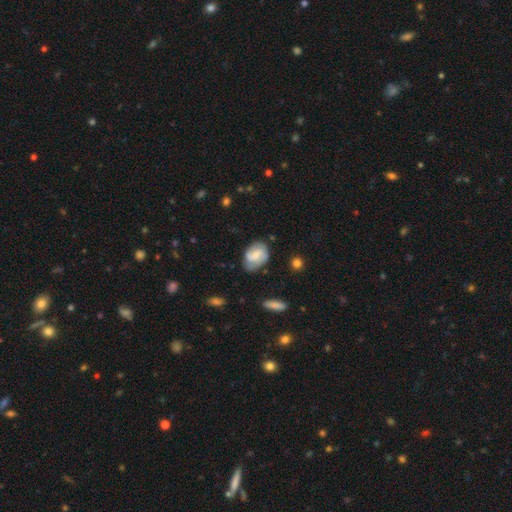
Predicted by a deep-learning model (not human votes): Smooth or featured? featured or disk (59%)
Edge-on disk? no (97%)
Bar? weak (51%)
Spiral arms? yes (86%)
Bulge size? small (42%)
Merging? none (65%)